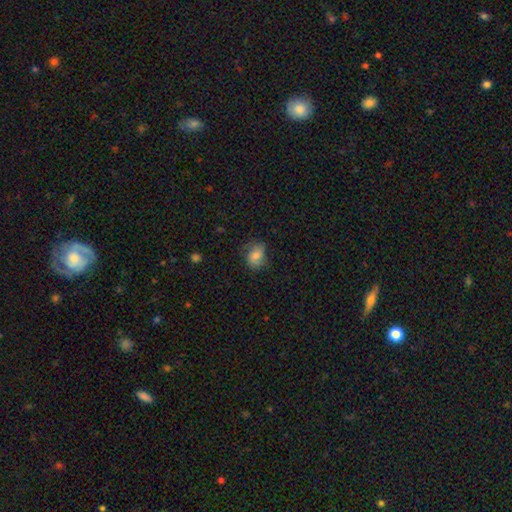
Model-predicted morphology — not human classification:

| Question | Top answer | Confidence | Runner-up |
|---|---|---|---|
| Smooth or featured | smooth | 74% | featured or disk (18%) |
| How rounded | in between | 65% | round (34%) |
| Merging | none | 63% | minor disturbance (26%) |